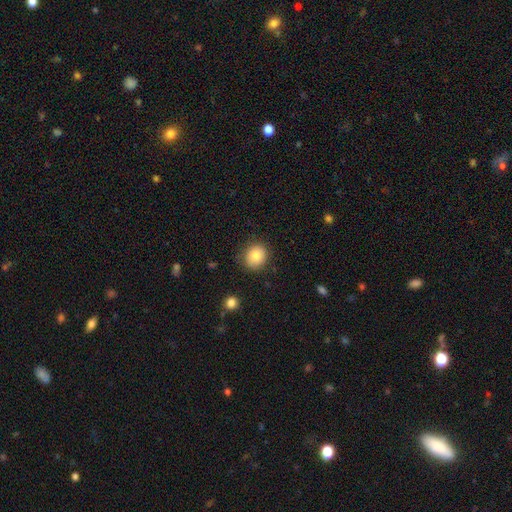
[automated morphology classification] The model was most divided on "how rounded": round: 76%, in between: 23%, cigar-shaped: 1%. More confident: smooth or featured — smooth (85%); merging — none (83%).